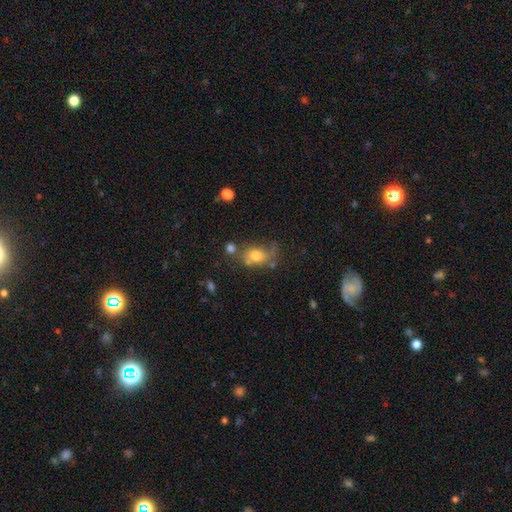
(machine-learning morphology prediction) smooth_or_featured: smooth (p=0.67) [alt: featured or disk p=0.20]
how_rounded: in between (p=0.57) [alt: round p=0.41]
merging: none (p=0.41) [alt: minor disturbance p=0.24]